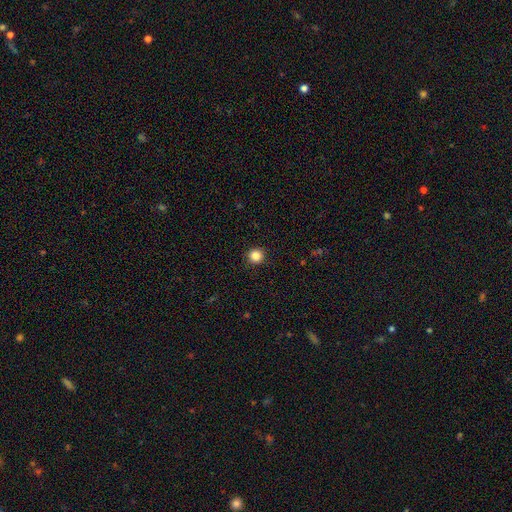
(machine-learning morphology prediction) smooth-or-featured: smooth: 86% | star or artifact: 11% | featured or disk: 3%
  how-rounded: round: 94% | in between: 5% | cigar-shaped: 1%
  merging: none: 92% | minor disturbance: 5% | major disturbance: 2% | merger: 1%